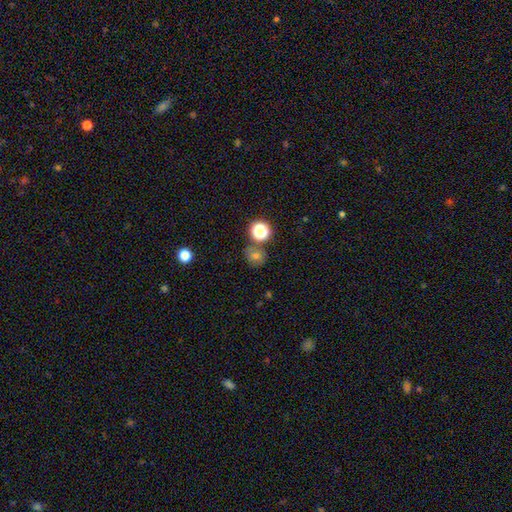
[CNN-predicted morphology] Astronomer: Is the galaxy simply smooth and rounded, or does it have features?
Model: smooth — 59%.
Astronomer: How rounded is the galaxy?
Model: round — 82%.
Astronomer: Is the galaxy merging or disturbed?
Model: none — 73%.